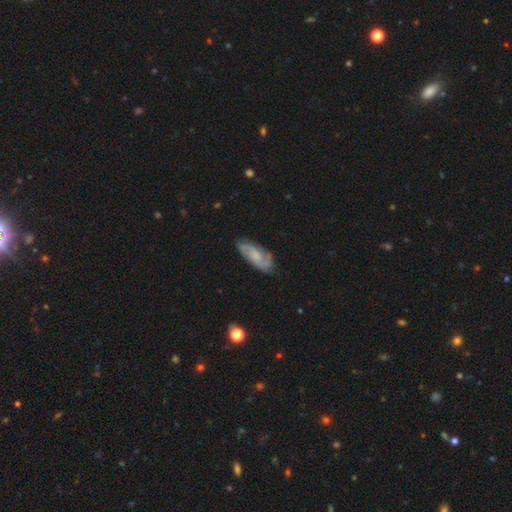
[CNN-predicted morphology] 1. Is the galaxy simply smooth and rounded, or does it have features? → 67% featured or disk, 27% smooth, 7% star or artifact.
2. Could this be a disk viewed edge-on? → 92% no, 8% yes.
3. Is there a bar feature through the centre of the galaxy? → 60% no, 34% weak, 5% strong.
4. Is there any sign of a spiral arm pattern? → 92% yes, 8% no.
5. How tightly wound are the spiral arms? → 47% medium, 34% tight, 19% loose.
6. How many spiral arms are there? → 70% 2, 16% can't tell, 7% 3, 3% 1, 2% 4, 2% more than 4.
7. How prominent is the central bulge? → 39% small, 30% none, 26% moderate, 4% large, 1% dominant.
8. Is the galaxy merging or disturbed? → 76% none, 18% minor disturbance, 5% major disturbance, 2% merger.